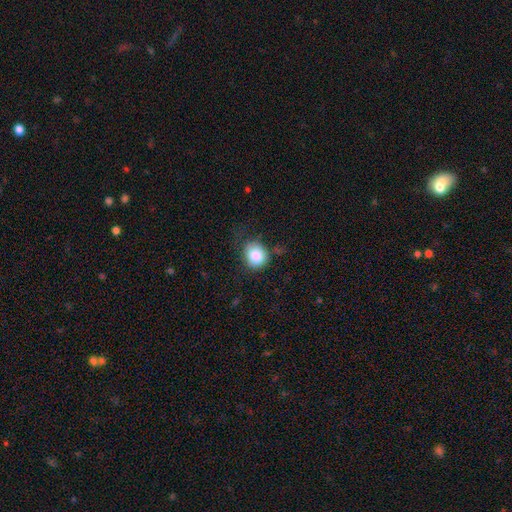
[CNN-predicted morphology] This appears to be a smooth galaxy with no disk features (84%) that is round (76%). Merging: none (65%).